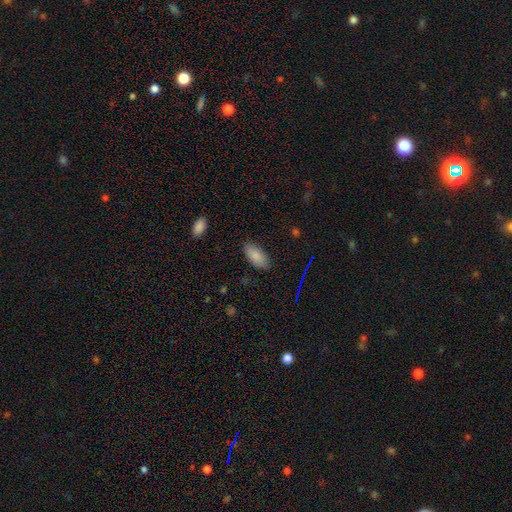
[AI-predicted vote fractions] This is clearly a smooth galaxy (85%). How rounded: clearly in between (92%). Merging: clearly none (83%).